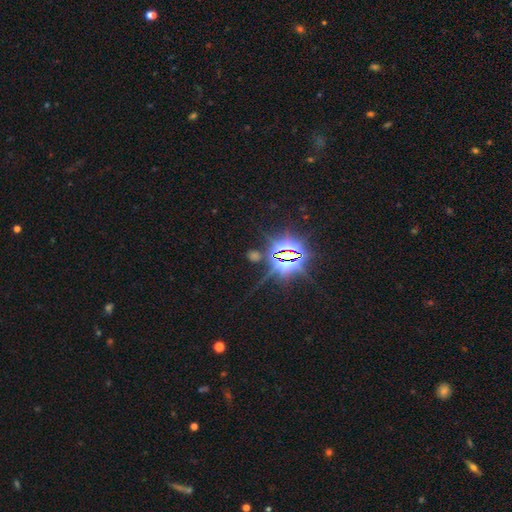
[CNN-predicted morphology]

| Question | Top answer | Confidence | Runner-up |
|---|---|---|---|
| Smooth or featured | star or artifact | 83% | smooth (9%) |